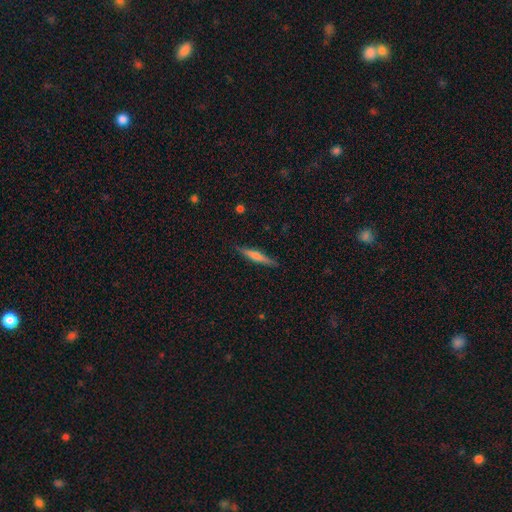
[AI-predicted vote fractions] Smooth or featured? Predicted: smooth (p=0.48). Merging? Predicted: none (p=0.89).